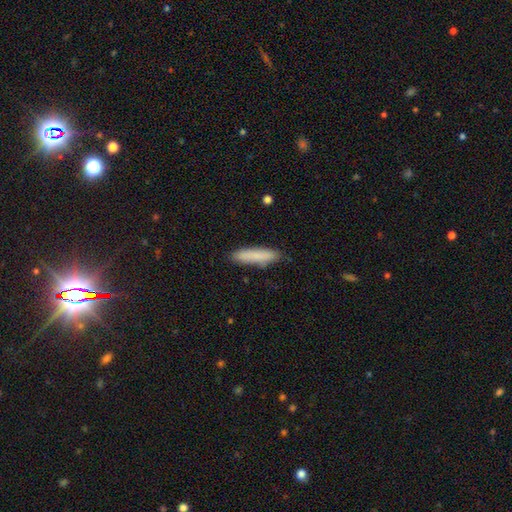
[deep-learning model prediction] A smooth galaxy with no disk features (84%) that is cigar-shaped (80%).

Vote fractions:
- Smooth or featured? smooth: 84% / featured or disk: 10% / star or artifact: 7%
- How rounded? cigar-shaped: 80% / in between: 19% / round: 1%
- Merging? none: 87% / minor disturbance: 10% / major disturbance: 2% / merger: 1%